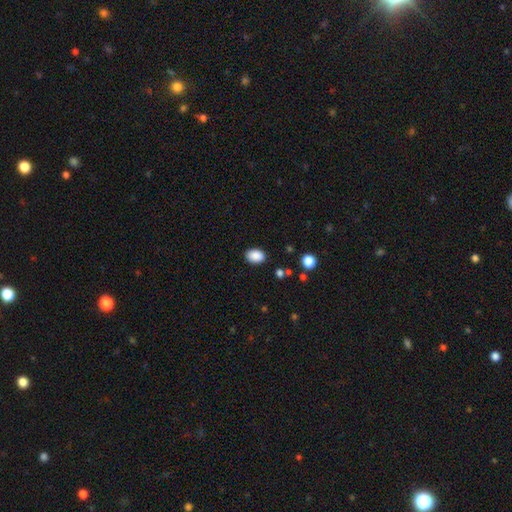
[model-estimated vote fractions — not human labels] Morphology: type=smooth (89%); roundness=in between (80%); merging=none (87%).